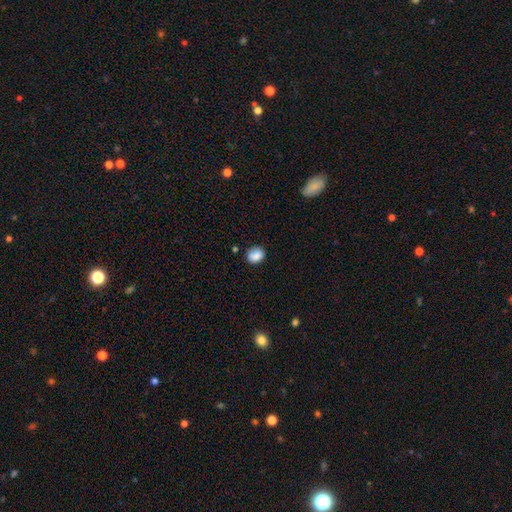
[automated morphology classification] Q: Smooth or featured?
A: smooth (85%); runner-up: star or artifact (9%)
Q: How rounded?
A: round (54%); runner-up: in between (45%)
Q: Merging?
A: none (72%); runner-up: minor disturbance (19%)